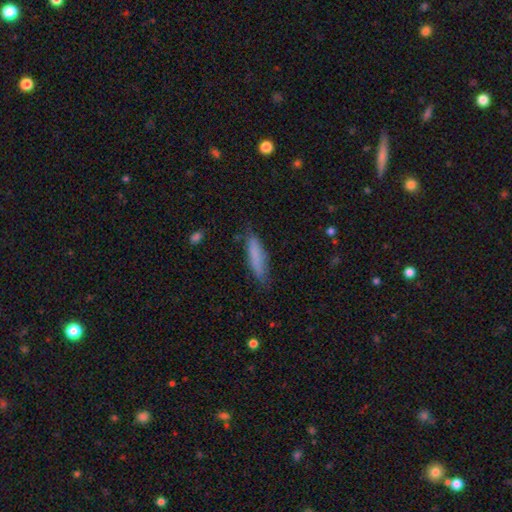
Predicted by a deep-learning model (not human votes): smooth-or-featured: smooth: 79% | featured or disk: 14% | star or artifact: 7%
  how-rounded: cigar-shaped: 80% | in between: 18% | round: 1%
  merging: none: 77% | minor disturbance: 18% | major disturbance: 3% | merger: 2%